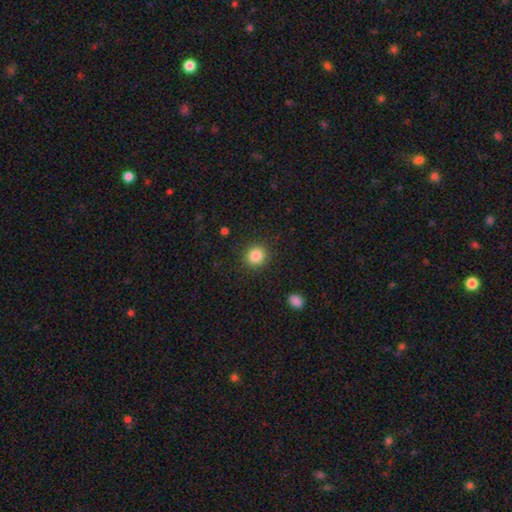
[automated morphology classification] Smooth or featured? Predicted: smooth (p=0.85). How rounded? Predicted: round (p=0.88). Merging? Predicted: none (p=0.90).